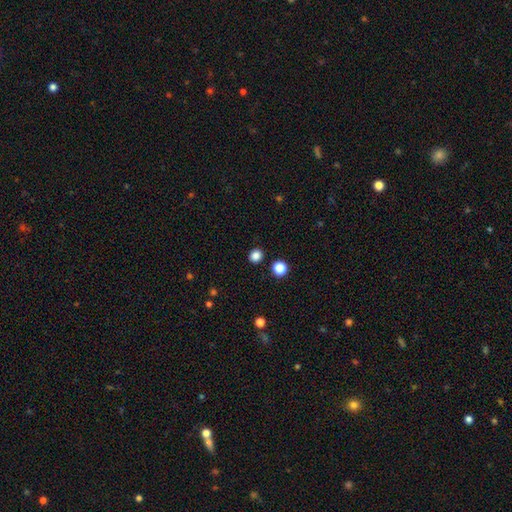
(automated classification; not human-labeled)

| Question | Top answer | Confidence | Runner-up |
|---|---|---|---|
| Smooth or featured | smooth | 84% | star or artifact (13%) |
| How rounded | round | 84% | in between (15%) |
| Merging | none | 91% | minor disturbance (5%) |